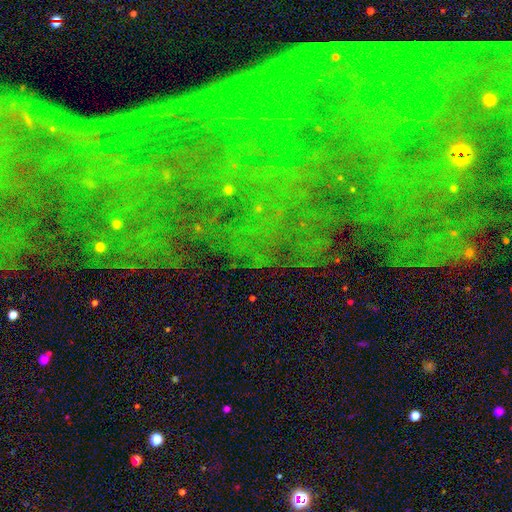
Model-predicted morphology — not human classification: type=star or artifact (74%).